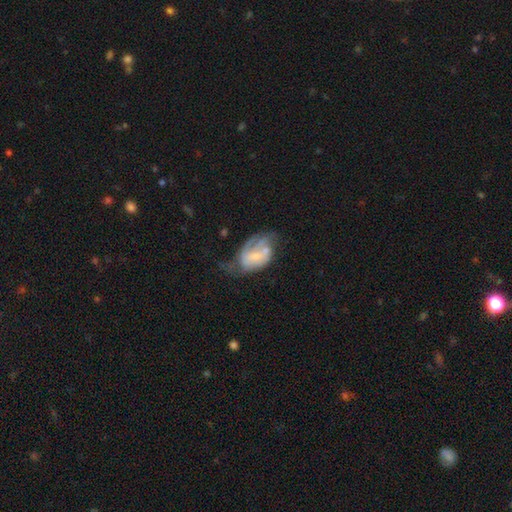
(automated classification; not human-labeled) Smooth or featured: featured or disk — 60% (smooth — 32%)
Edge-on disk: no — 97% (yes — 3%)
Bar: no — 57% (weak — 33%)
Spiral arms: yes — 63% (no — 37%)
Bulge size: small — 49% (none — 24%)
Merging: major disturbance — 36% (none — 26%)